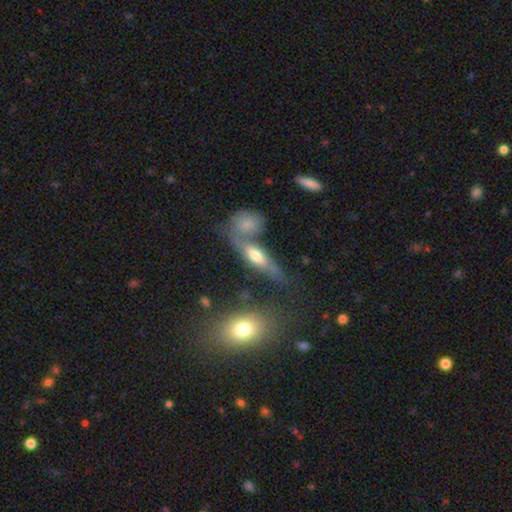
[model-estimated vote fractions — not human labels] Smooth or featured? smooth (48%)
Merging? none (42%)